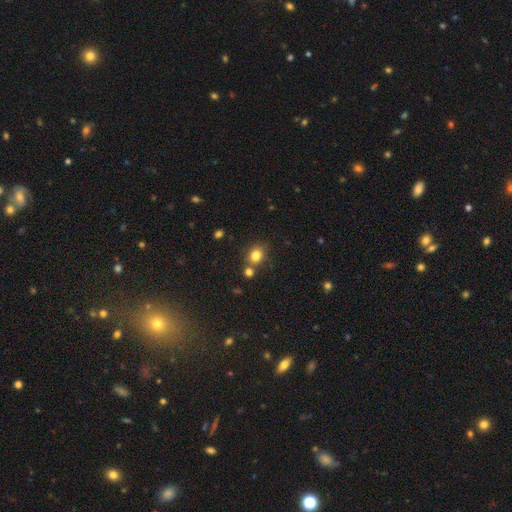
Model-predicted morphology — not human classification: Smooth or featured?
  - smooth: 80% *
  - star or artifact: 13%
  - featured or disk: 7%
How rounded?
  - round: 61% *
  - in between: 38%
  - cigar-shaped: 1%
Merging?
  - none: 65% *
  - merger: 19%
  - minor disturbance: 12%
  - major disturbance: 4%